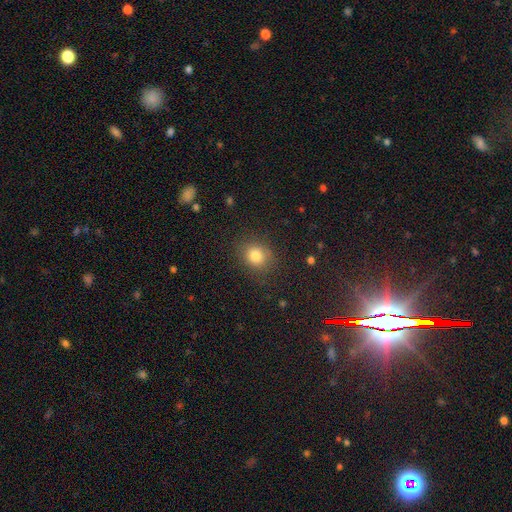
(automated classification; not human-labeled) smooth-or-featured: smooth: 81% | star or artifact: 12% | featured or disk: 7%
  how-rounded: round: 67% | in between: 32% | cigar-shaped: 1%
  merging: none: 82% | minor disturbance: 12% | major disturbance: 4% | merger: 1%